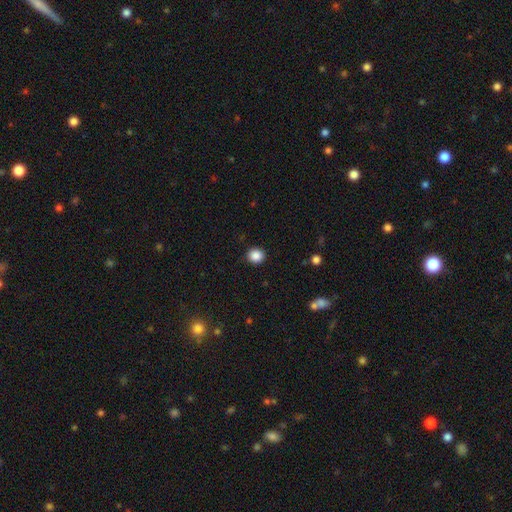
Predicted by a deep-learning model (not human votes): A smooth galaxy with no disk features (87%) that is round (86%).

Vote fractions:
- Smooth or featured? smooth: 87% / star or artifact: 10% / featured or disk: 3%
- How rounded? round: 86% / in between: 13% / cigar-shaped: 1%
- Merging? none: 91% / minor disturbance: 6% / major disturbance: 2% / merger: 1%